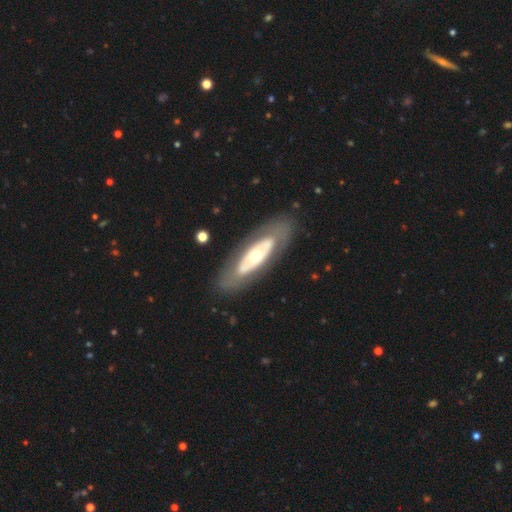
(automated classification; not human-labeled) This appears to be a featured or disk galaxy (64%) with no bar (87%), no spiral arms (86%) and a moderate central bulge (63%). Merging: none (81%).